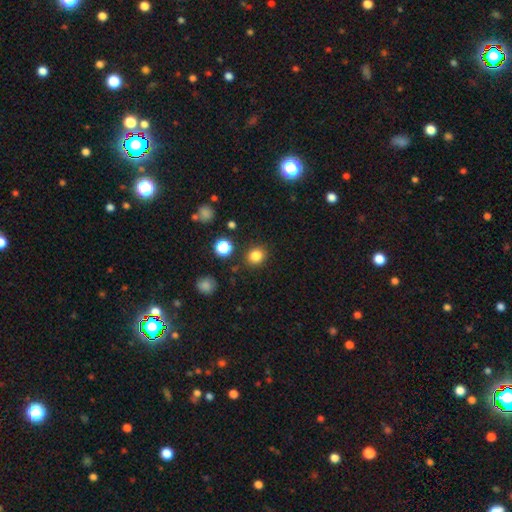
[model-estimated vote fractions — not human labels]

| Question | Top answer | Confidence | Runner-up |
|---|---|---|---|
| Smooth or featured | smooth | 83% | star or artifact (13%) |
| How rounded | round | 81% | in between (18%) |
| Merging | none | 87% | minor disturbance (8%) |